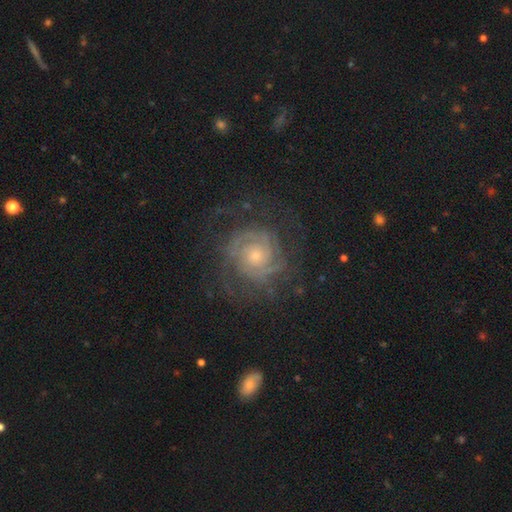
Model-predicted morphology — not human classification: The model was most divided on "spiral arm count": can't tell: 35%, 2: 24%, 3: 16%, 4: 11%, more than 4: 7%, 1: 7%. More confident: edge-on disk — no (97%); spiral arms — yes (95%); smooth or featured — featured or disk (83%); bar — no (79%); merging — none (70%); spiral winding — tight (70%); bulge size — small (60%).